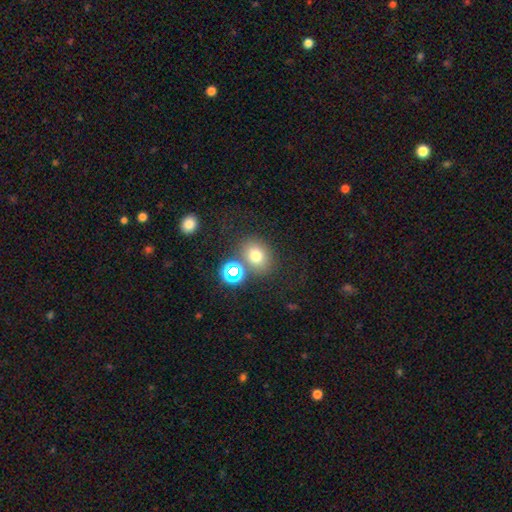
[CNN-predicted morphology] The model was most divided on "how rounded": round: 52%, in between: 47%, cigar-shaped: 1%. More confident: smooth or featured — smooth (70%); merging — none (69%).